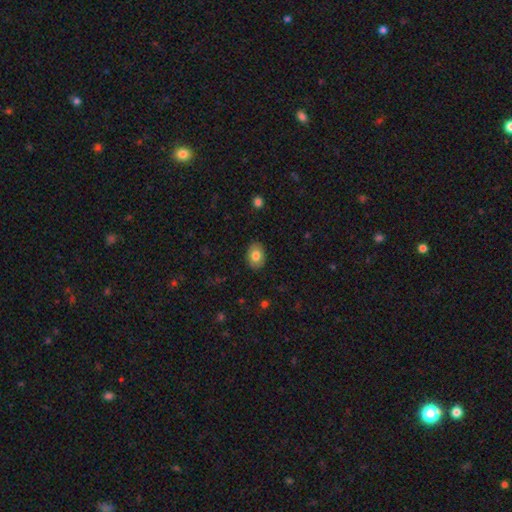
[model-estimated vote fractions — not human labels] smooth 80%, featured or disk 13%, star or artifact 7%. Down the decision tree: how rounded — in between (75%); merging — none (88%).